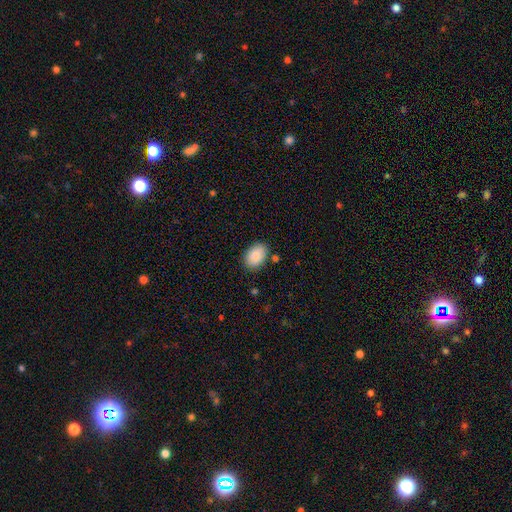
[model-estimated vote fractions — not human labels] Morphology: type=smooth (89%); roundness=in between (84%); merging=none (84%).